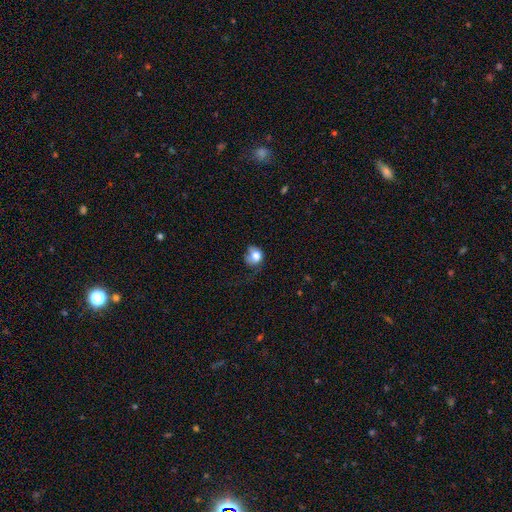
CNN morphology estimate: The model was most divided on "merging" (2-way tie): none: 33%, major disturbance: 33%, minor disturbance: 31%, merger: 4%. More confident: smooth or featured — smooth (75%); how rounded — round (66%).